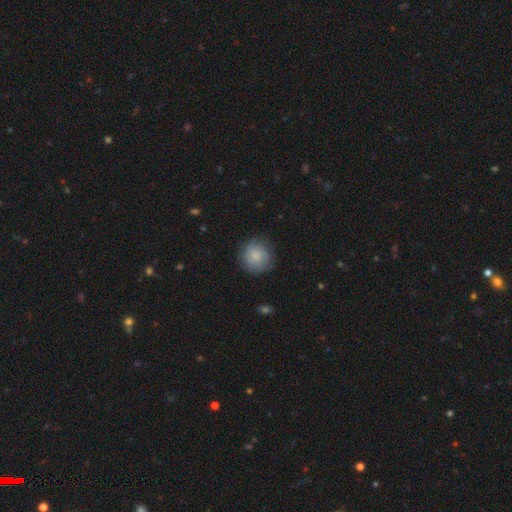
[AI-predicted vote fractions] Smooth or featured? smooth (76%)
How rounded? round (92%)
Merging? none (80%)